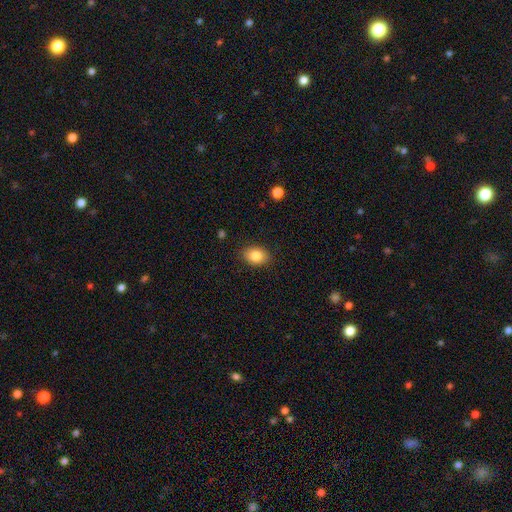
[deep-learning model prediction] This is clearly a smooth galaxy (85%). How rounded: likely in between (77%). Merging: clearly none (87%).